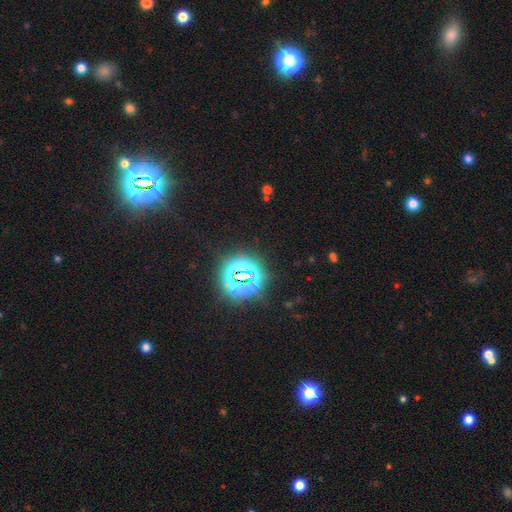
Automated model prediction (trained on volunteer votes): A star or artifact, not a galaxy (77%).